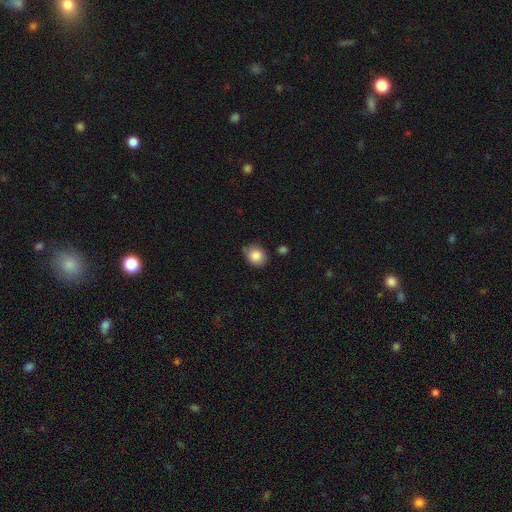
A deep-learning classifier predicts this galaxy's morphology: Smooth or featured? Predicted: smooth (p=0.86). How rounded? Predicted: round (p=0.56). Merging? Predicted: none (p=0.68).